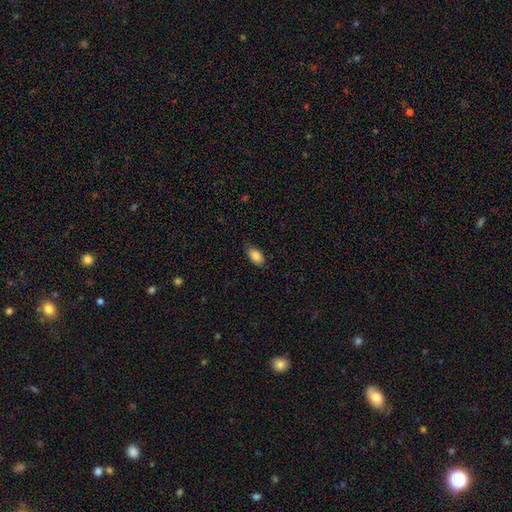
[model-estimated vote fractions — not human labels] Smooth or featured?
  - smooth: 84% *
  - featured or disk: 8%
  - star or artifact: 8%
How rounded?
  - in between: 92% *
  - round: 6%
  - cigar-shaped: 3%
Merging?
  - none: 82% *
  - minor disturbance: 15%
  - major disturbance: 2%
  - merger: 1%